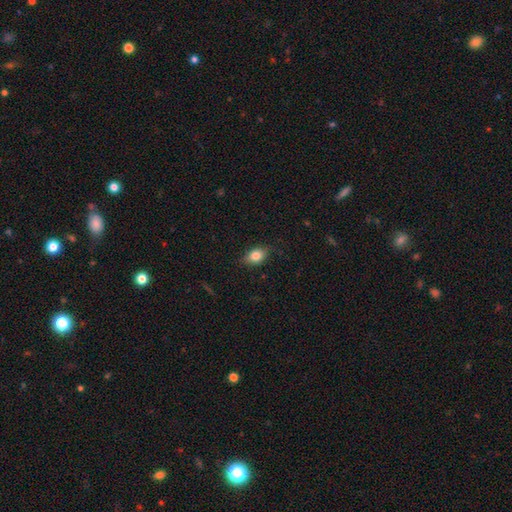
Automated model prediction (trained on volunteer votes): smooth-or-featured: smooth: 81% | featured or disk: 10% | star or artifact: 9%
  how-rounded: in between: 79% | round: 19% | cigar-shaped: 2%
  merging: none: 81% | minor disturbance: 15% | major disturbance: 3% | merger: 1%